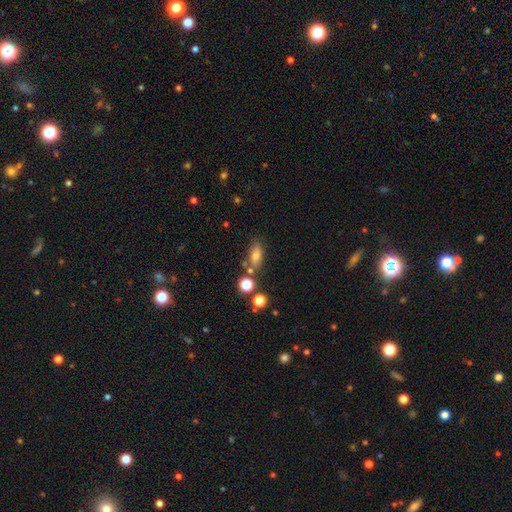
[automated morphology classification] smooth-or-featured: smooth: 74% | featured or disk: 14% | star or artifact: 12%
  how-rounded: in between: 75% | cigar-shaped: 15% | round: 10%
  merging: none: 68% | minor disturbance: 15% | merger: 11% | major disturbance: 5%